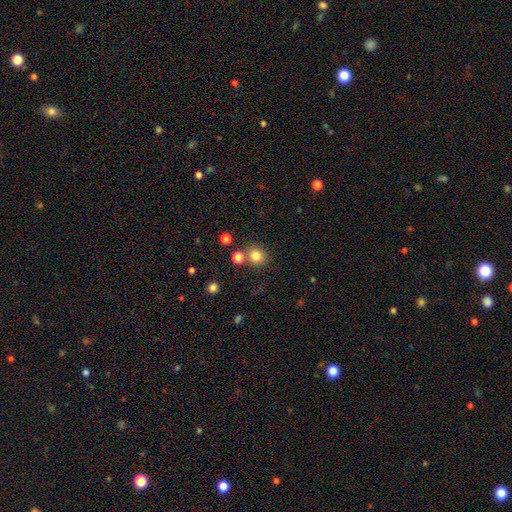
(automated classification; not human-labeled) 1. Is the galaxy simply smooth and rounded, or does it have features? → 81% smooth, 13% star or artifact, 6% featured or disk.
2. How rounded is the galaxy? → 87% round, 12% in between, 1% cigar-shaped.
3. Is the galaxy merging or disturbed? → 75% none, 13% merger, 9% minor disturbance, 3% major disturbance.